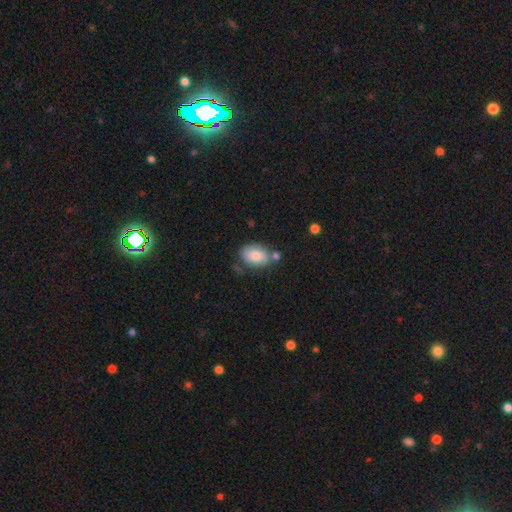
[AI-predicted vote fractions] A smooth galaxy with no disk features (81%) that is in between round and cigar-shaped (88%).

Vote fractions:
- Smooth or featured? smooth: 81% / featured or disk: 11% / star or artifact: 7%
- How rounded? in between: 88% / round: 11% / cigar-shaped: 1%
- Merging? none: 66% / minor disturbance: 18% / merger: 12% / major disturbance: 5%